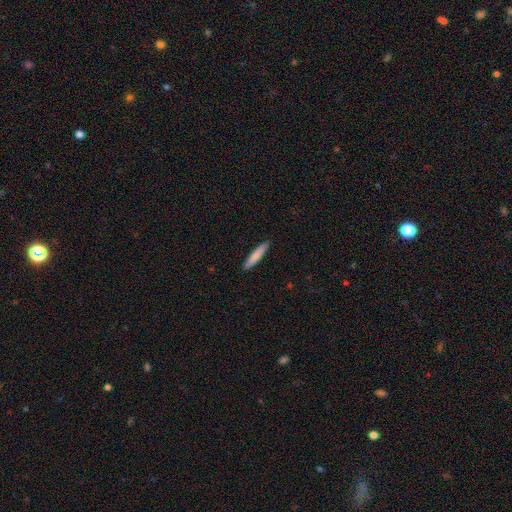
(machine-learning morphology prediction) A smooth galaxy with no disk features (80%) that is cigar-shaped (92%). Merging: none (92%).